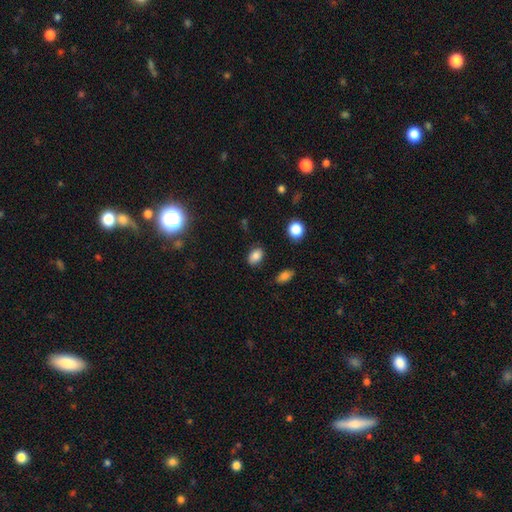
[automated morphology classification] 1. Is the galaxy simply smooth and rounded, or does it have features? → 82% smooth, 10% star or artifact, 7% featured or disk.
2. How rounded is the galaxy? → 82% in between, 17% round, 1% cigar-shaped.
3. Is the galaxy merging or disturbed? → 83% none, 12% minor disturbance, 3% major disturbance, 2% merger.